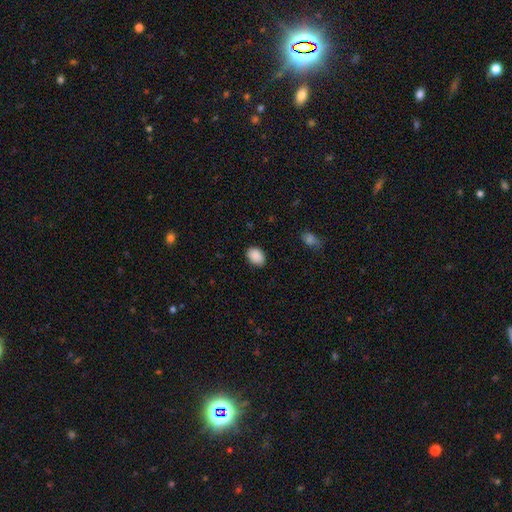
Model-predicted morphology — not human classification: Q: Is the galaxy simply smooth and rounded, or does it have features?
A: smooth — 90%.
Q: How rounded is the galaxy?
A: in between — 78%.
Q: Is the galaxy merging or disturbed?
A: none — 86%.